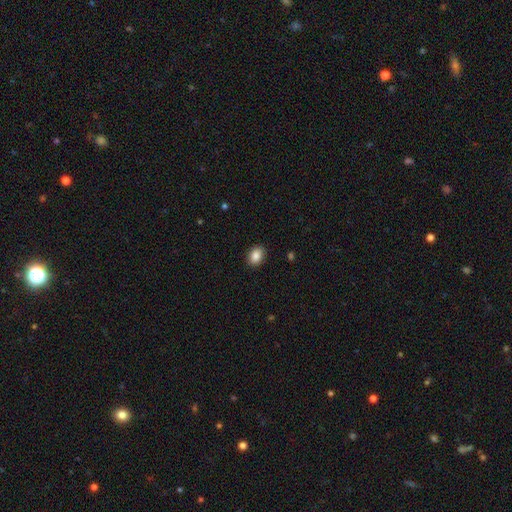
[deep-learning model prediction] Smooth or featured: smooth — 87% (star or artifact — 8%)
How rounded: in between — 68% (round — 31%)
Merging: none — 90% (minor disturbance — 7%)